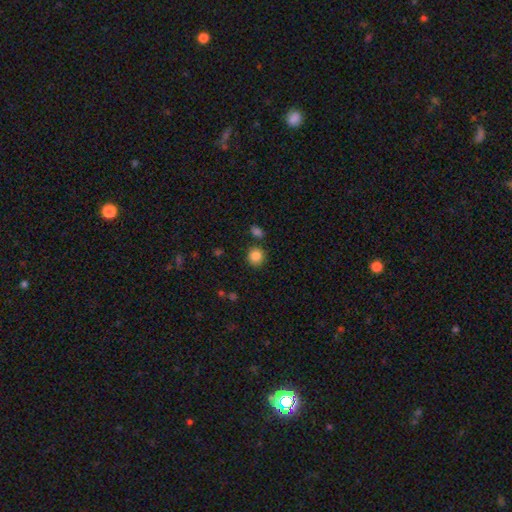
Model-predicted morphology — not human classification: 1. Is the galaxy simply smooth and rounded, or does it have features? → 85% smooth, 10% star or artifact, 5% featured or disk.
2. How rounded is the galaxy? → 90% round, 9% in between, 1% cigar-shaped.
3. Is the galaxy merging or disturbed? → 83% none, 9% minor disturbance, 6% merger, 3% major disturbance.